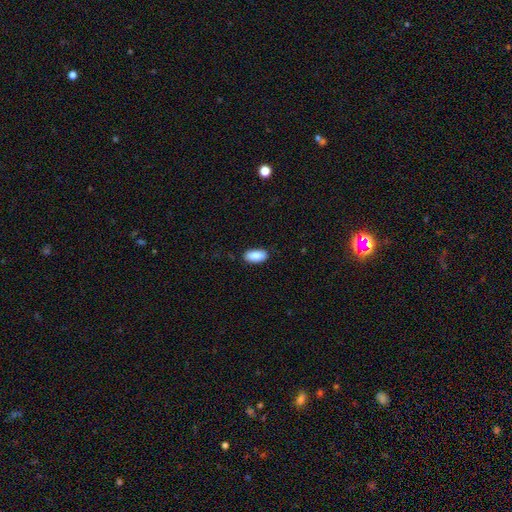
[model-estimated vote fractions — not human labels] Smooth or featured? smooth (88%)
How rounded? in between (92%)
Merging? none (85%)